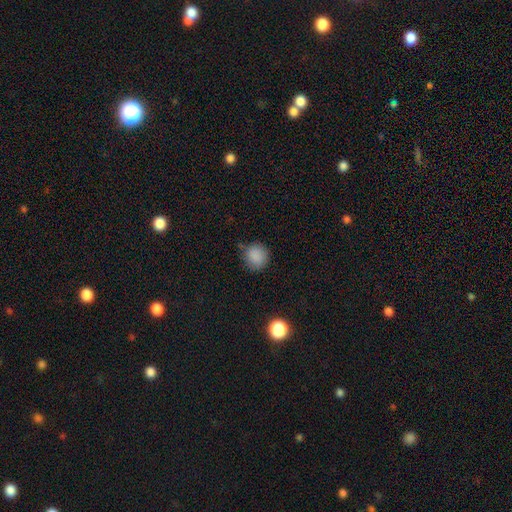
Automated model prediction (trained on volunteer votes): This is clearly a smooth galaxy (86%). How rounded: clearly round (89%). Merging: likely none (74%).